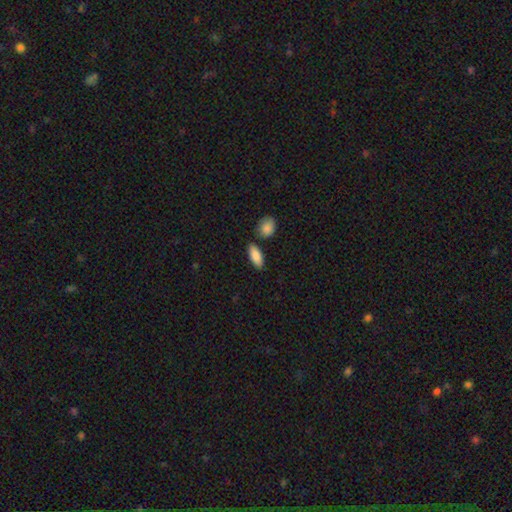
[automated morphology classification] The model was most divided on "how rounded": in between: 81%, cigar-shaped: 16%, round: 3%. More confident: smooth or featured — smooth (86%); merging — none (79%).